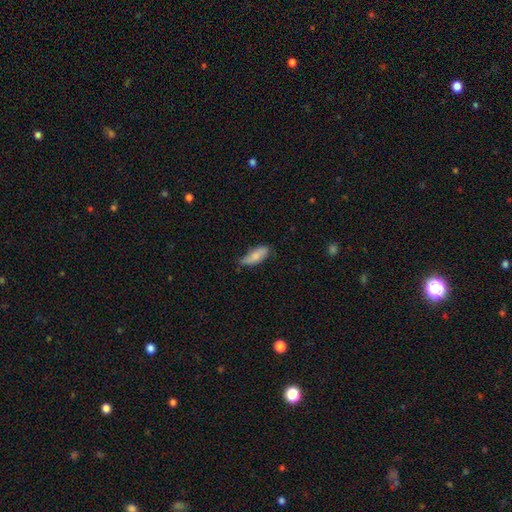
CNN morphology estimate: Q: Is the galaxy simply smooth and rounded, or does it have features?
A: smooth — 78%.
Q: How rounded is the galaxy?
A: in between — 73%.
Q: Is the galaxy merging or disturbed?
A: none — 57%.